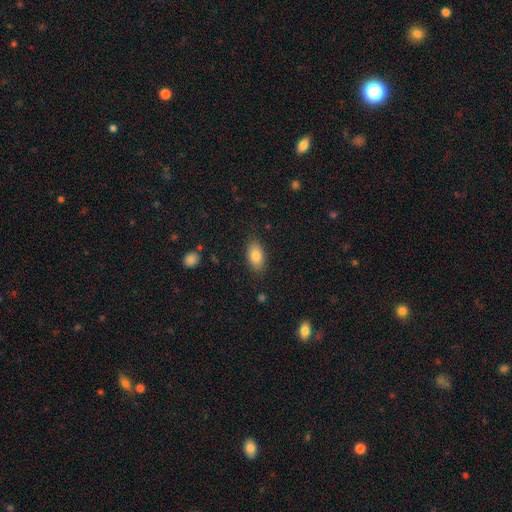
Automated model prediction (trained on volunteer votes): The model was most divided on "merging": none: 83%, minor disturbance: 12%, major disturbance: 3%, merger: 1%. More confident: how rounded — in between (91%); smooth or featured — smooth (82%).